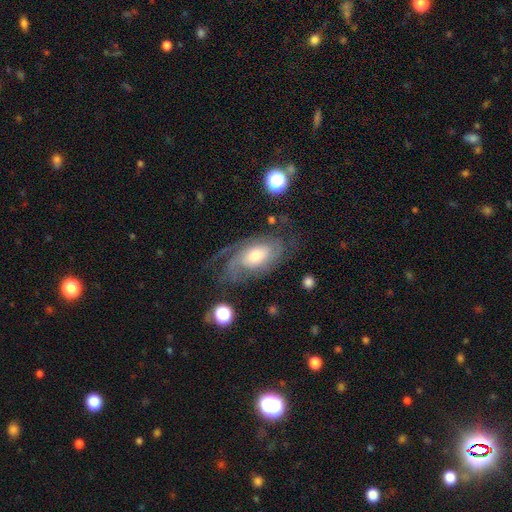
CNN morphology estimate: featured or disk 81%, smooth 12%, star or artifact 6%. Down the decision tree: edge-on disk — no (94%); bar — no (68%); spiral arms — yes (94%); spiral arm count — 2 (36%); spiral winding — tight (49%); bulge size — moderate (62%); merging — none (65%).